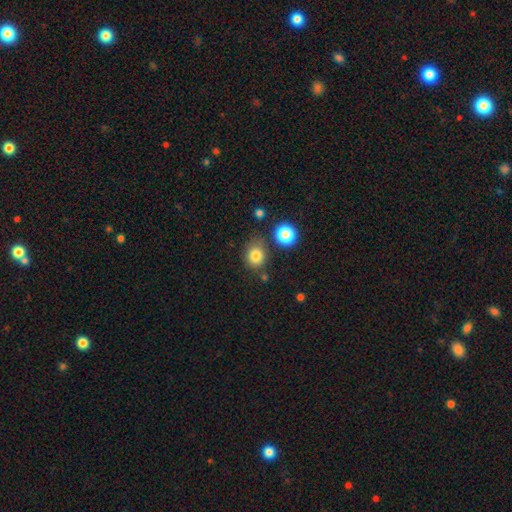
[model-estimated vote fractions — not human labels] The model was most divided on "how rounded": round: 73%, in between: 26%, cigar-shaped: 1%. More confident: smooth or featured — smooth (81%); merging — none (73%).